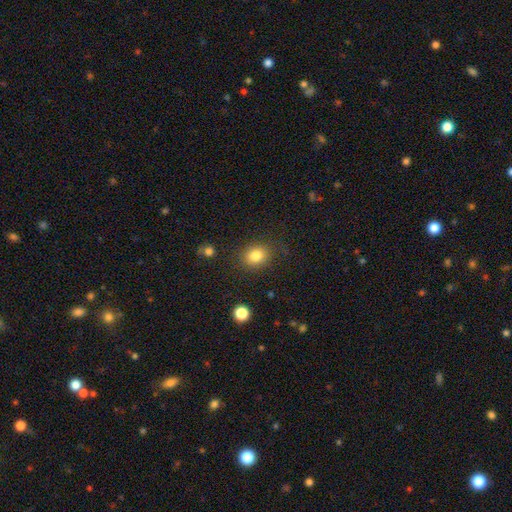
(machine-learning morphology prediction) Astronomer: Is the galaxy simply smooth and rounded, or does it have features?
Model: smooth — 83%.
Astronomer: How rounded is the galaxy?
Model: round — 61% (runner-up: in between, 38%).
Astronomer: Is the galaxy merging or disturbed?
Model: none — 84%.